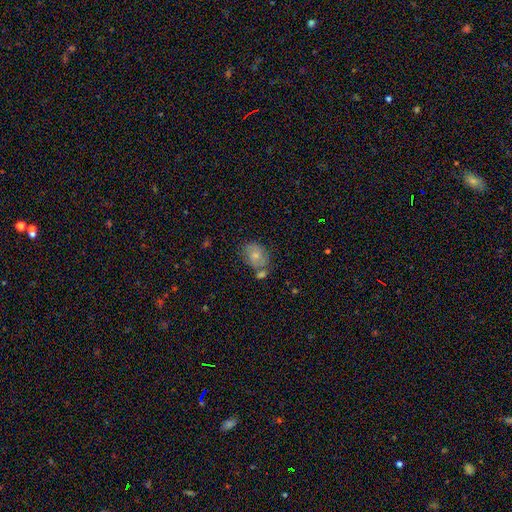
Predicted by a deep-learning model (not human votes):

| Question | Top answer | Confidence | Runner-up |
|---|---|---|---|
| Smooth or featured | smooth | 62% | featured or disk (29%) |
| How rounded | in between | 60% | round (38%) |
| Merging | none | 50% | merger (22%) |